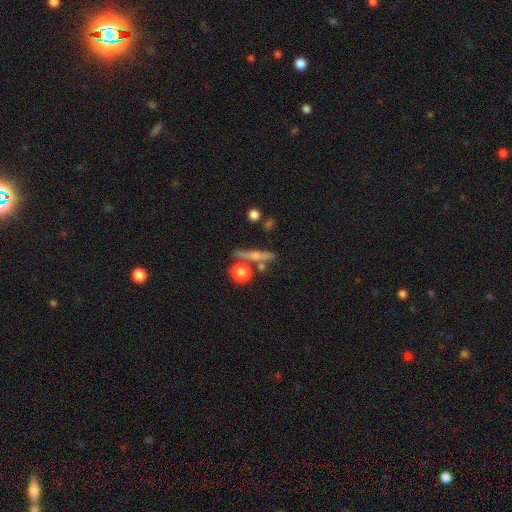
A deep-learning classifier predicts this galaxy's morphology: smooth 47%, featured or disk 42%, star or artifact 11%. Down the decision tree: merging — none (70%).